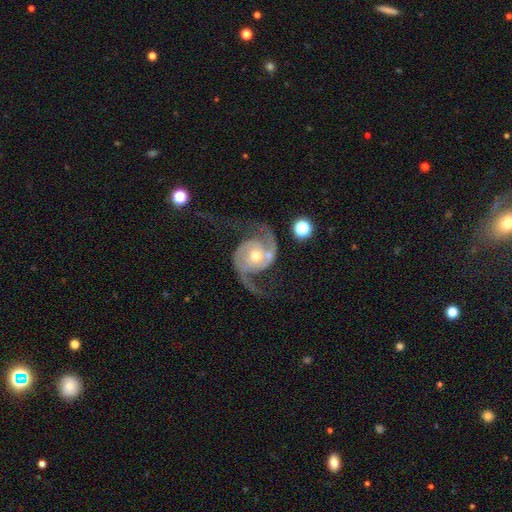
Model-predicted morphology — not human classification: Q: Smooth or featured?
A: featured or disk (92%); runner-up: star or artifact (5%)
Q: Edge-on disk?
A: no (98%); runner-up: yes (2%)
Q: Bar?
A: no (68%); runner-up: weak (25%)
Q: Spiral arms?
A: yes (98%); runner-up: no (2%)
Q: Spiral winding?
A: medium (51%); runner-up: loose (34%)
Q: Spiral arm count?
A: 2 (94%); runner-up: can't tell (1%)
Q: Bulge size?
A: moderate (55%); runner-up: small (39%)
Q: Merging?
A: none (70%); runner-up: minor disturbance (14%)